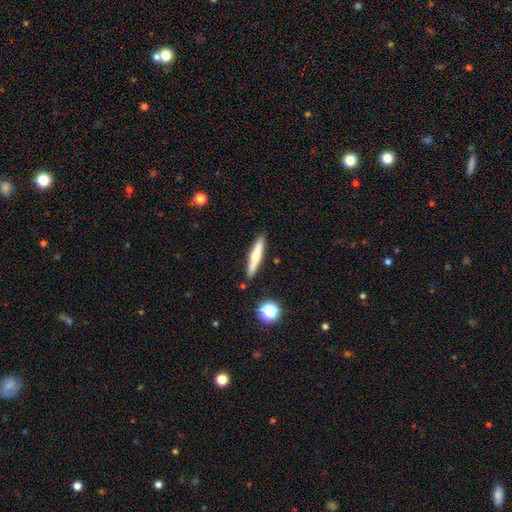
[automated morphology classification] The model was most divided on "smooth or featured": smooth: 55%, featured or disk: 37%, star or artifact: 7%. More confident: how rounded — cigar-shaped (91%); merging — none (87%).